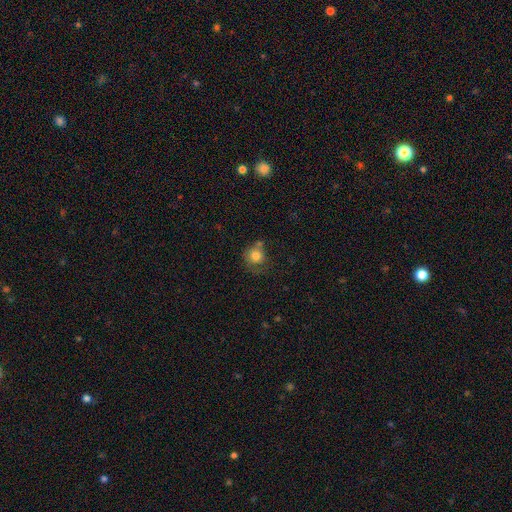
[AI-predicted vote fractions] Q: Smooth or featured?
A: smooth (78%); runner-up: featured or disk (12%)
Q: How rounded?
A: round (81%); runner-up: in between (18%)
Q: Merging?
A: none (46%); runner-up: minor disturbance (25%)